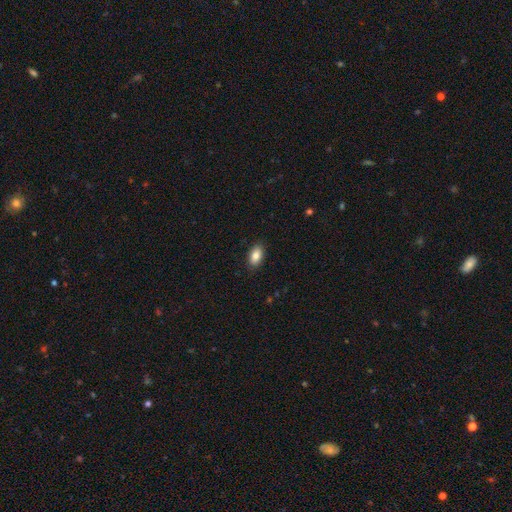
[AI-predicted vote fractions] Smooth or featured? smooth (85%)
How rounded? in between (92%)
Merging? none (88%)